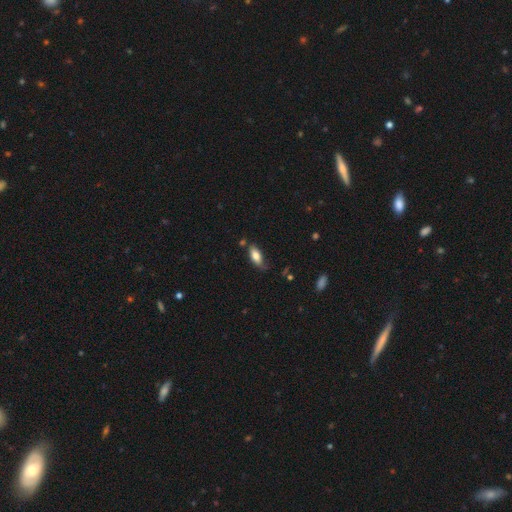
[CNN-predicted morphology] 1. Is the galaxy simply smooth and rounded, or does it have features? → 78% smooth, 15% featured or disk, 7% star or artifact.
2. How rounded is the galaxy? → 84% in between, 13% cigar-shaped, 3% round.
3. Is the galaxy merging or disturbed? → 57% none, 29% minor disturbance, 9% major disturbance, 5% merger.